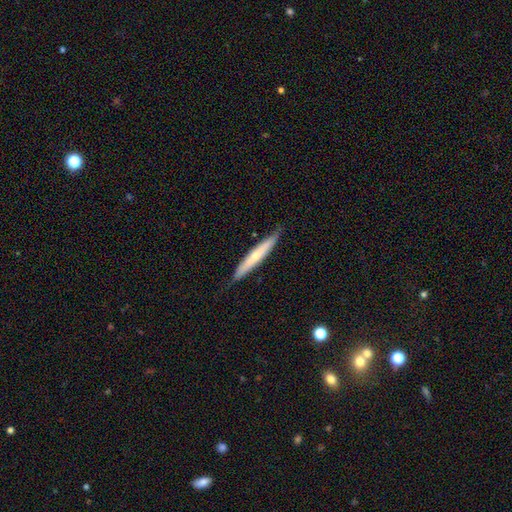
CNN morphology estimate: This appears to be a smooth galaxy with no disk features (51%) that is cigar-shaped (94%). Merging: none (83%).